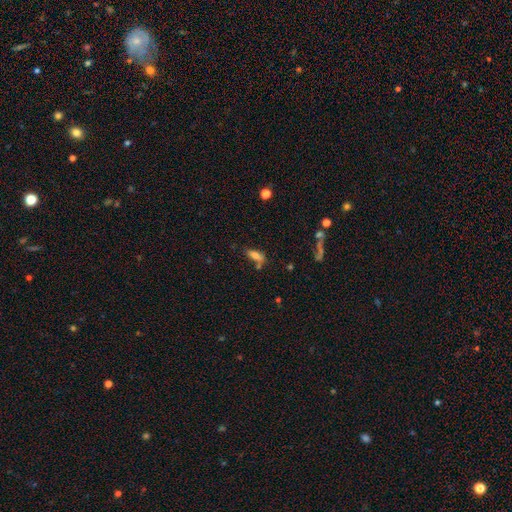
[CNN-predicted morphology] Overall: smooth (71%). How rounded: in between (69%). Merging: none (55%; merger 20%).